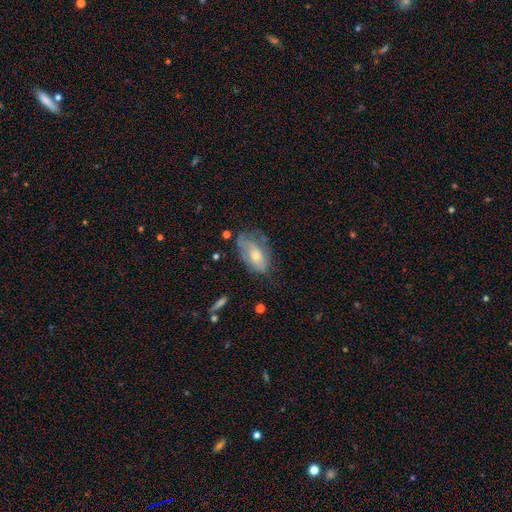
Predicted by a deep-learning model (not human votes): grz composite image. It shows a smooth galaxy with no disk features (52%) that is in between round and cigar-shaped (91%). Merging: none (47%).